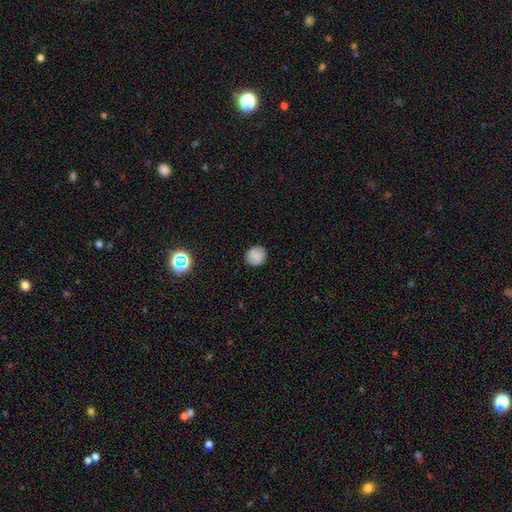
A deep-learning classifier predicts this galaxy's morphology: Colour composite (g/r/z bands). It shows a smooth galaxy with no disk features (83%) that is round (92%). Merging: none (90%).